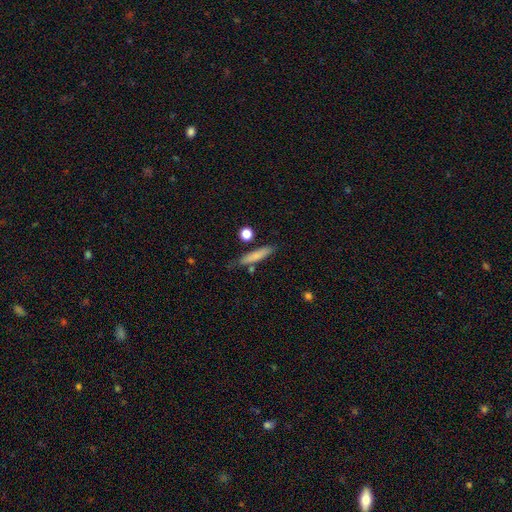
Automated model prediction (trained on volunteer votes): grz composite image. It shows a smooth galaxy with no disk features (76%) that is cigar-shaped (86%). Merging: none (78%).